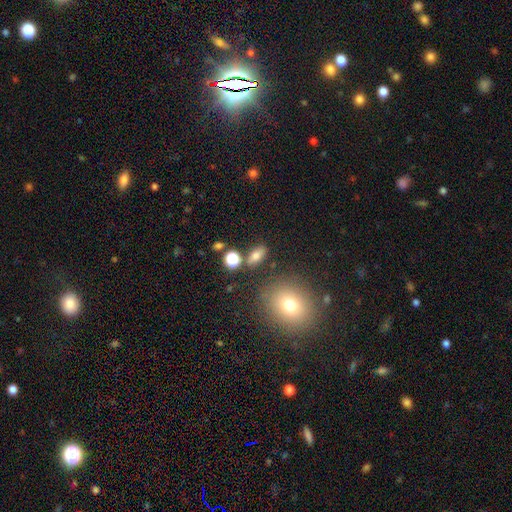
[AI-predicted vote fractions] This is likely a smooth galaxy (71%). How rounded: likely in between (74%). Merging: likely none (77%).